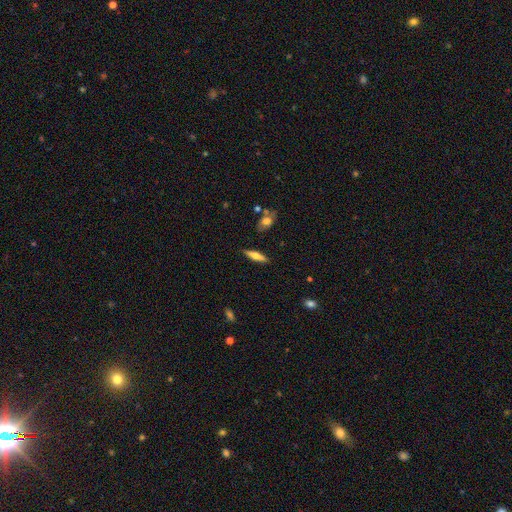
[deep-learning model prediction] This is possibly a smooth galaxy (52%). How rounded: likely cigar-shaped (67%). Merging: clearly none (86%).